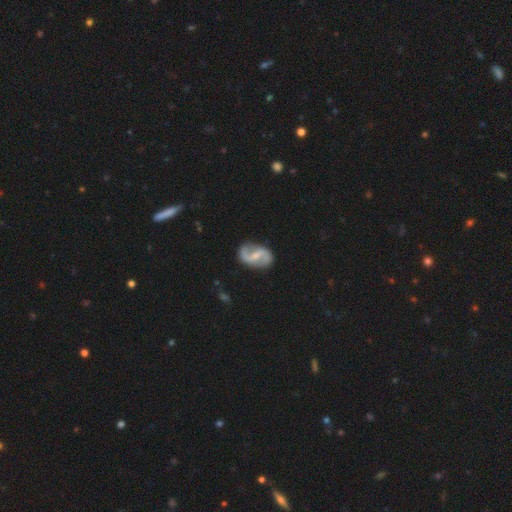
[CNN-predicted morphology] The model was most divided on "spiral winding": loose: 55%, medium: 35%, tight: 9%. Remaining: edge-on disk — no (98%); spiral arms — yes (95%); spiral arm count — 2 (93%); smooth or featured — featured or disk (87%); merging — none (83%); bar — weak (52%); bulge size — small (50%).